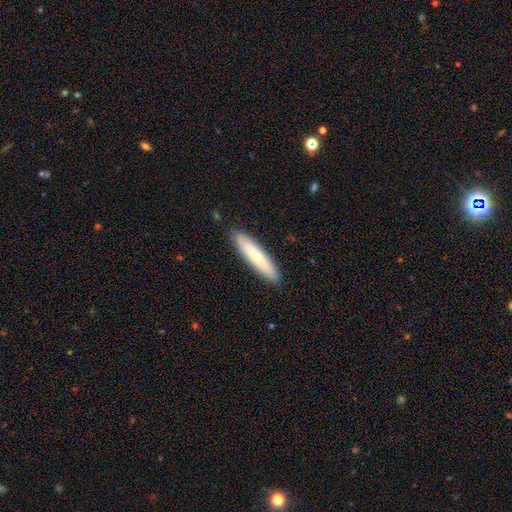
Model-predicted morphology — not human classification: smooth 66%, featured or disk 29%, star or artifact 5%. Down the decision tree: how rounded — cigar-shaped (85%); merging — none (90%).